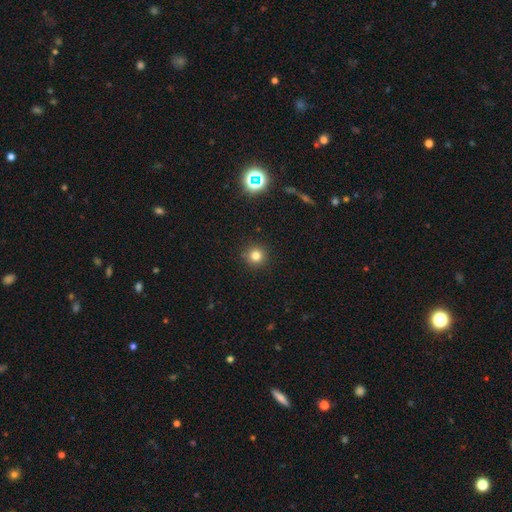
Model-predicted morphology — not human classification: This appears to be a smooth galaxy with no disk features (79%) that is round (95%). Merging: none (91%).